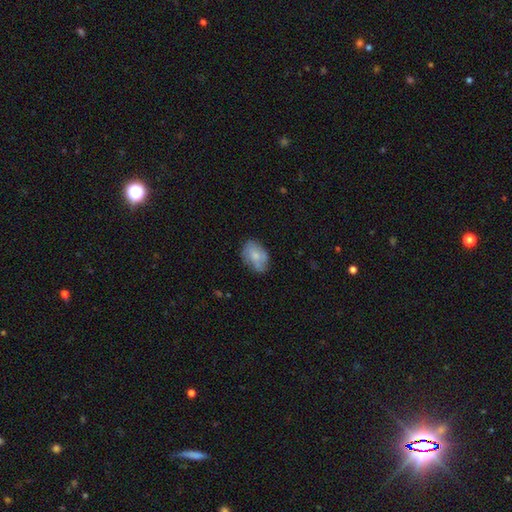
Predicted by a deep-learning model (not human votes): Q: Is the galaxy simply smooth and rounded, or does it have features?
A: smooth — 66%.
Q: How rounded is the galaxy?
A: in between — 82%.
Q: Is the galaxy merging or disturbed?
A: none — 64%.